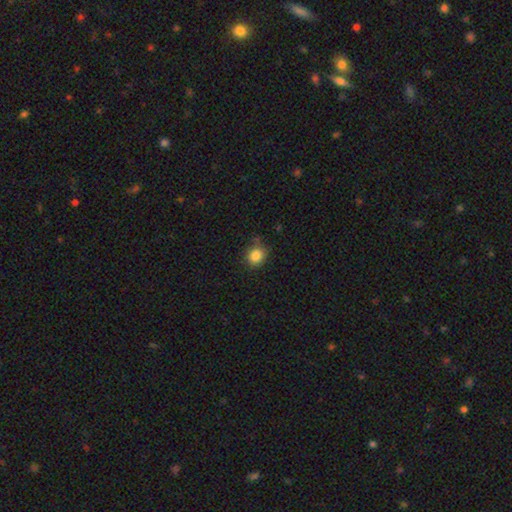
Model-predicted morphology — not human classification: smooth 85%, star or artifact 10%, featured or disk 4%. Down the decision tree: how rounded — round (77%); merging — none (79%).